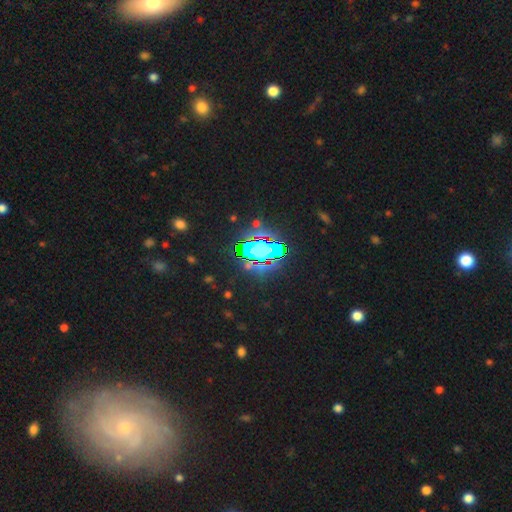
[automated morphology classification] smooth_or_featured: star or artifact (p=0.68) [alt: smooth p=0.19]